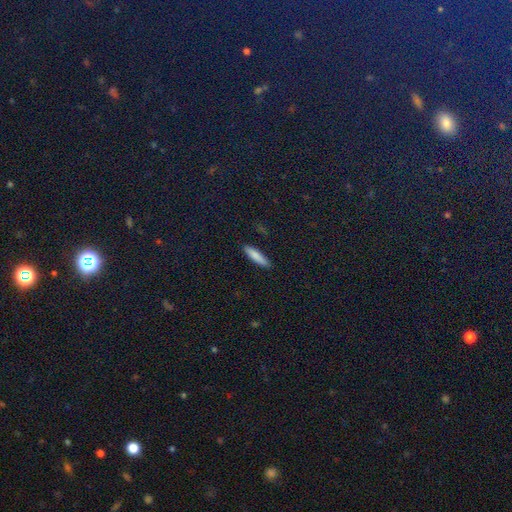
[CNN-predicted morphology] The model was most divided on "how rounded": cigar-shaped: 79%, in between: 19%, round: 2%. More confident: merging — none (89%); smooth or featured — smooth (82%).